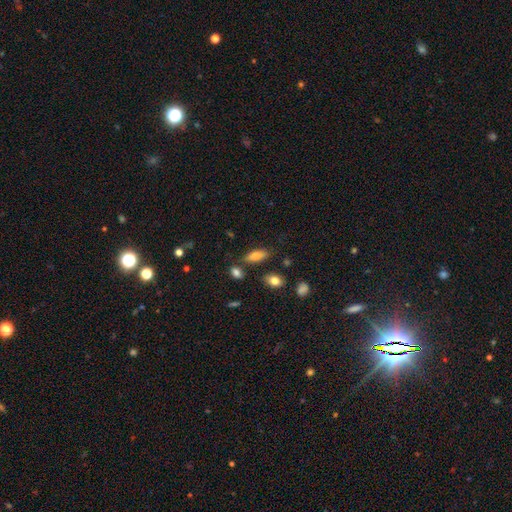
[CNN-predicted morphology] smooth_or_featured: smooth (p=0.82) [alt: featured or disk p=0.09]
how_rounded: in between (p=0.72) [alt: cigar-shaped p=0.25]
merging: none (p=0.75) [alt: minor disturbance p=0.14]